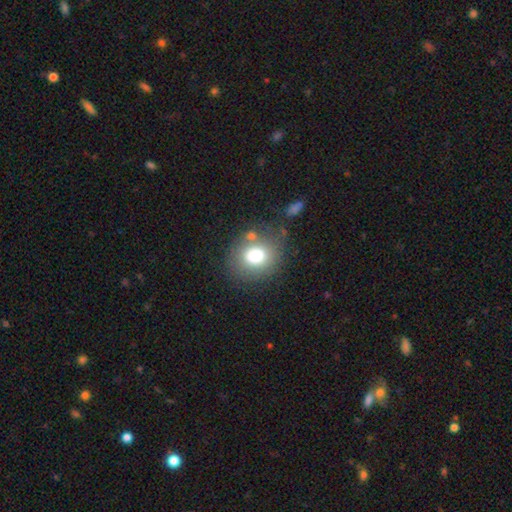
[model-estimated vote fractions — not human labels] smooth-or-featured: smooth: 74% | featured or disk: 15% | star or artifact: 11%
  how-rounded: round: 70% | in between: 29% | cigar-shaped: 1%
  merging: none: 61% | minor disturbance: 17% | merger: 11% | major disturbance: 10%